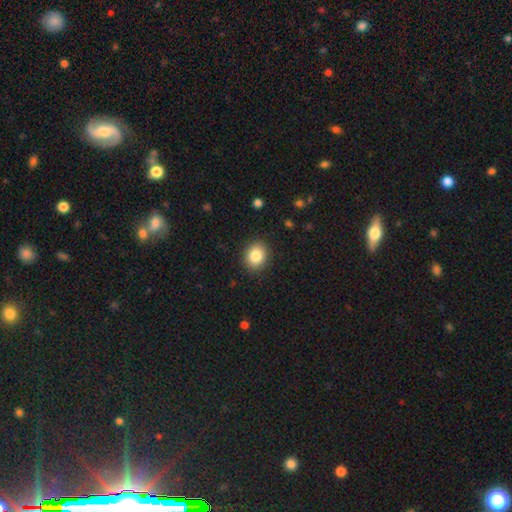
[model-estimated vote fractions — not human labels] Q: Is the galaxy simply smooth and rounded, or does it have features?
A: smooth — 85%.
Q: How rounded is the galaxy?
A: round — 60%.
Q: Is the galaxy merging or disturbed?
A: none — 89%.